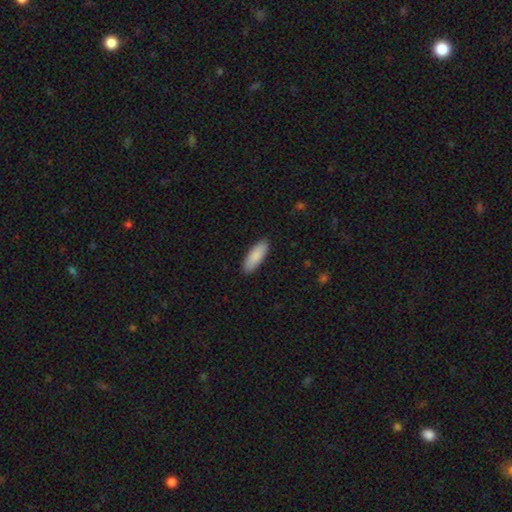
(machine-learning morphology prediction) Smooth or featured? smooth (88%)
How rounded? in between (67%)
Merging? none (89%)